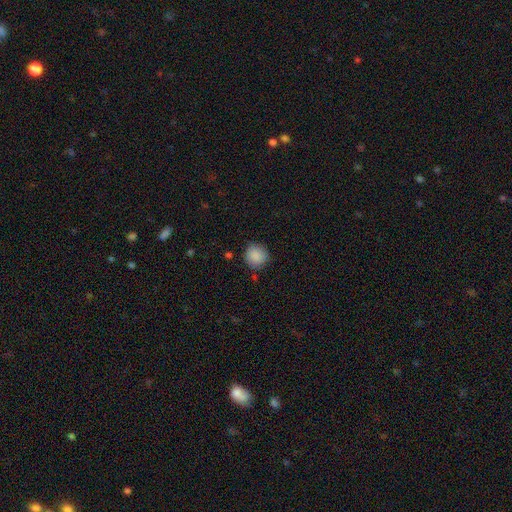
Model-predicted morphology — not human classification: type=smooth (88%); roundness=round (91%); merging=none (83%).